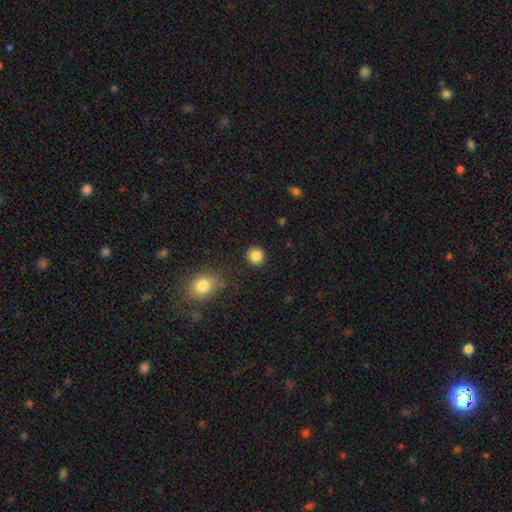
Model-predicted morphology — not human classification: Smooth or featured? Predicted: smooth (p=0.86). How rounded? Predicted: round (p=0.90). Merging? Predicted: none (p=0.89).